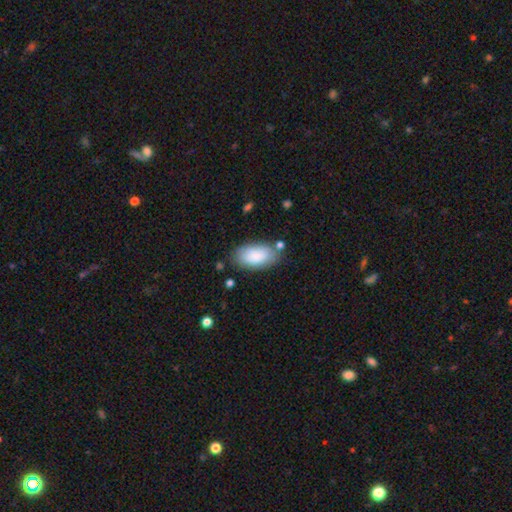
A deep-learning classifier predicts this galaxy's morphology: Q: Smooth or featured?
A: smooth (86%); runner-up: featured or disk (8%)
Q: How rounded?
A: in between (95%); runner-up: round (3%)
Q: Merging?
A: none (74%); runner-up: minor disturbance (16%)